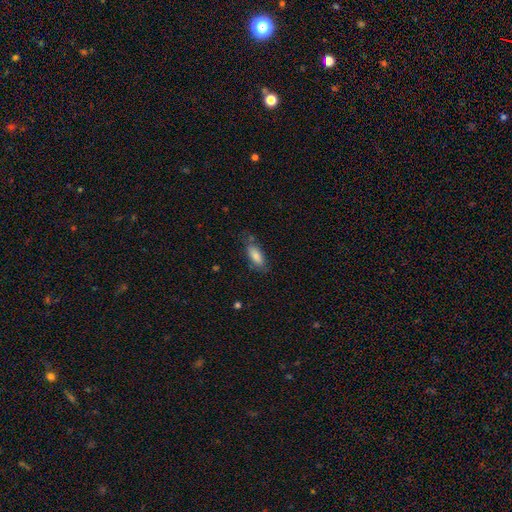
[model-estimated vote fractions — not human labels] A smooth galaxy with no disk features (80%) that is in between round and cigar-shaped (78%). Merging: none (67%).